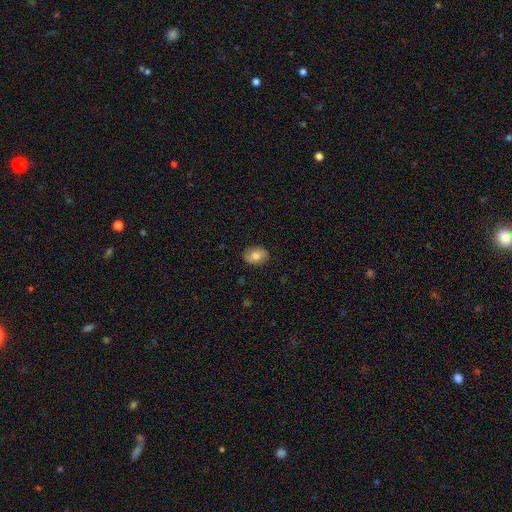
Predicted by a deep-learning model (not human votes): Smooth or featured: smooth — 71% (featured or disk — 20%)
How rounded: in between — 72% (round — 27%)
Merging: none — 84% (minor disturbance — 12%)